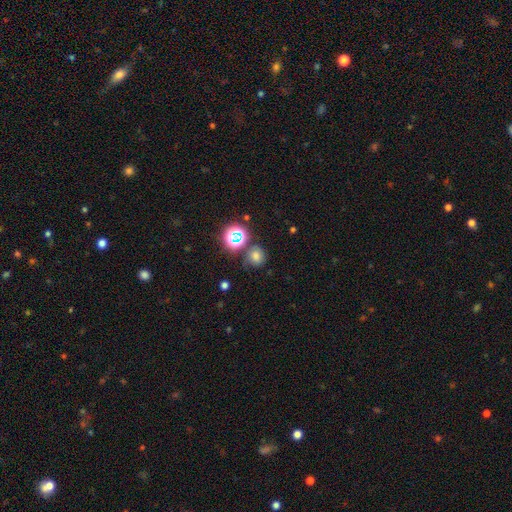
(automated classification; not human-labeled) This appears to be a smooth galaxy with no disk features (62%) that is round (83%). Merging: none (70%).